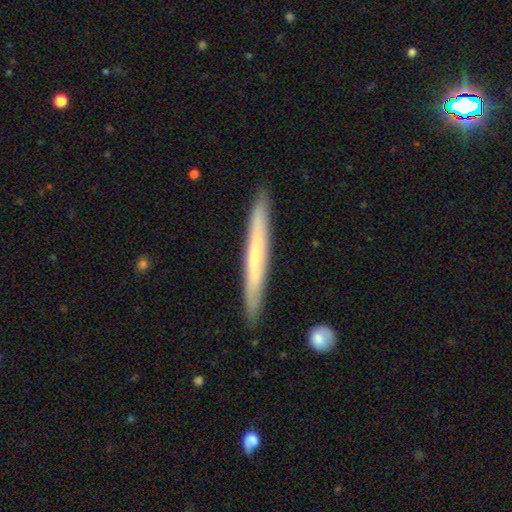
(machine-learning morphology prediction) Q: Smooth or featured?
A: featured or disk (48%); runner-up: smooth (46%)
Q: Merging?
A: none (90%); runner-up: minor disturbance (8%)